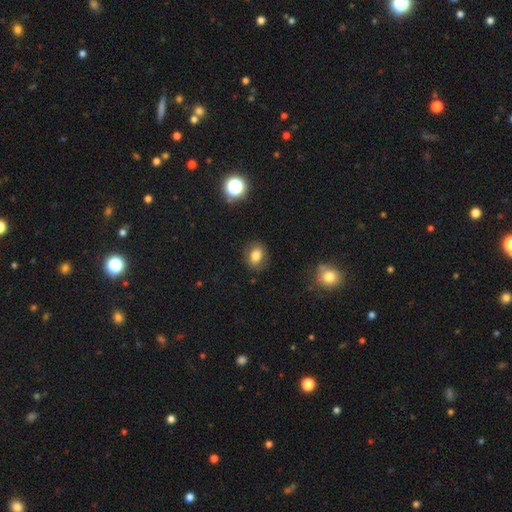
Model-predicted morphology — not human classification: The model was most divided on "how rounded": in between: 60%, round: 39%, cigar-shaped: 1%. More confident: merging — none (83%); smooth or featured — smooth (77%).